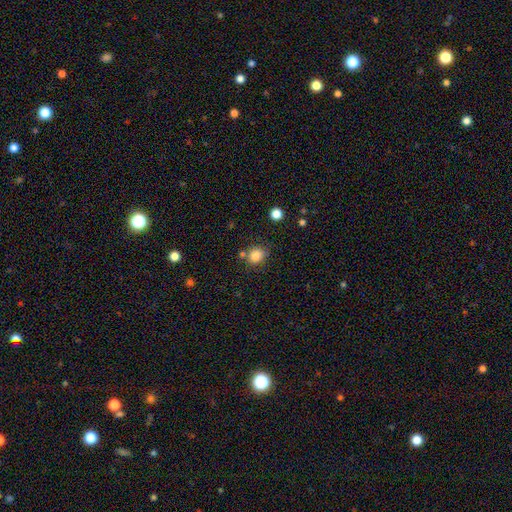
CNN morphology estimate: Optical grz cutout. It shows a smooth galaxy with no disk features (83%) that is round (77%). Merging: none (72%).